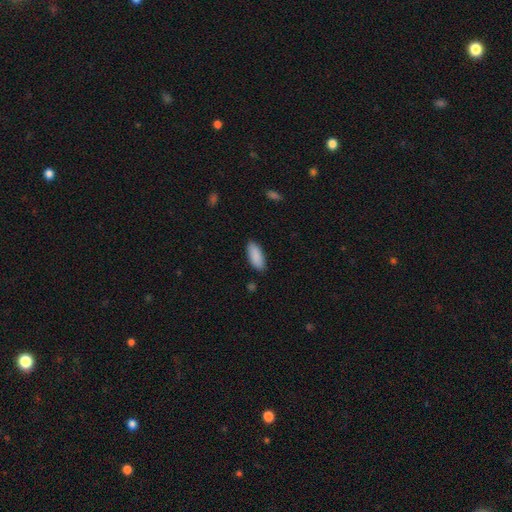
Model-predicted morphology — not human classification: This appears to be a smooth galaxy with no disk features (89%) that is in between round and cigar-shaped (81%). Merging: none (86%).